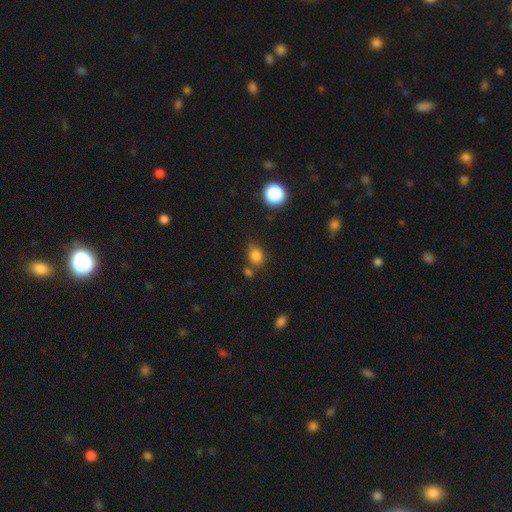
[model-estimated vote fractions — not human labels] Smooth or featured?
  - smooth: 81% *
  - star or artifact: 14%
  - featured or disk: 5%
How rounded?
  - in between: 50% *
  - round: 49%
  - cigar-shaped: 1%
Merging?
  - none: 67% *
  - minor disturbance: 16%
  - merger: 12%
  - major disturbance: 5%